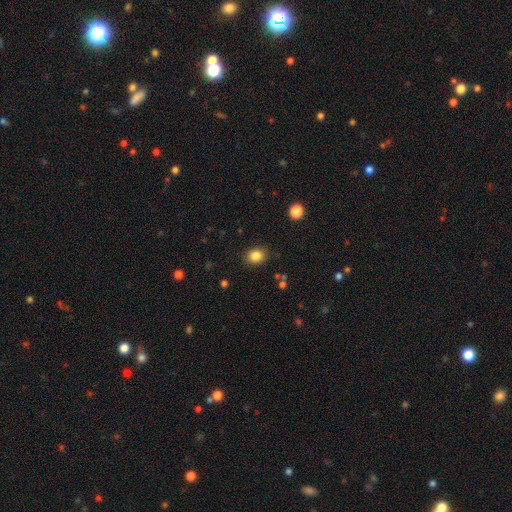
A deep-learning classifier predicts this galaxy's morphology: Smooth or featured?
  - smooth: 84% *
  - star or artifact: 11%
  - featured or disk: 5%
How rounded?
  - round: 55% *
  - in between: 44%
  - cigar-shaped: 1%
Merging?
  - none: 87% *
  - minor disturbance: 9%
  - major disturbance: 3%
  - merger: 1%